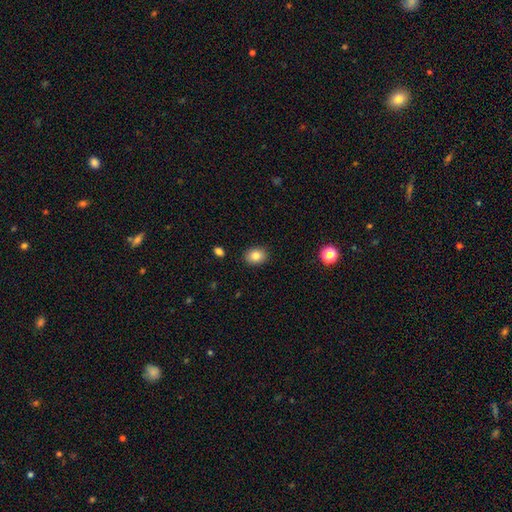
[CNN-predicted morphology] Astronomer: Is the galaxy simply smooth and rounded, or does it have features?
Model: smooth — 84%.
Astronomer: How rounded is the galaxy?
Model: in between — 55% (runner-up: round, 44%).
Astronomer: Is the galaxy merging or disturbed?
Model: none — 89%.